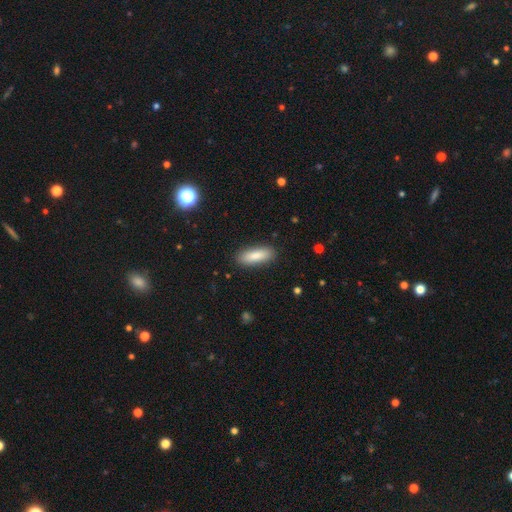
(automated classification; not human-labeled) Smooth or featured? Predicted: smooth (p=0.85). How rounded? Predicted: in between (p=0.60). Merging? Predicted: none (p=0.88).